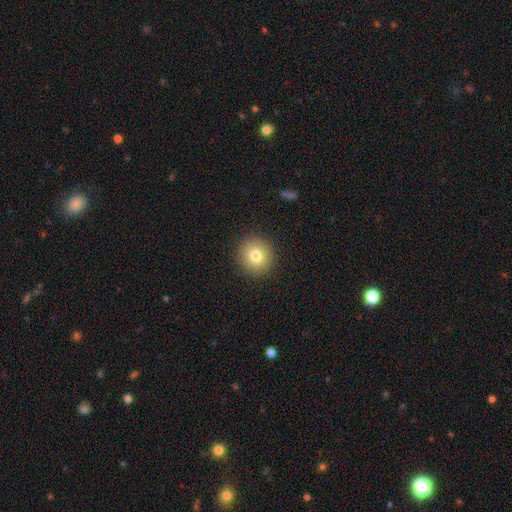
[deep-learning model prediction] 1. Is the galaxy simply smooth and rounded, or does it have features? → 79% smooth, 11% star or artifact, 10% featured or disk.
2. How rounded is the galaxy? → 92% round, 7% in between, 1% cigar-shaped.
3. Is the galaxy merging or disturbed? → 91% none, 6% minor disturbance, 2% major disturbance, 1% merger.